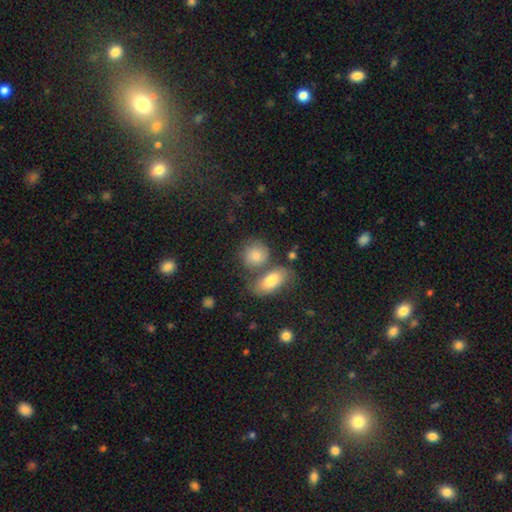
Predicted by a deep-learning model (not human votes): Morphology: type=smooth (78%); roundness=round (61%); merging=none (48%).